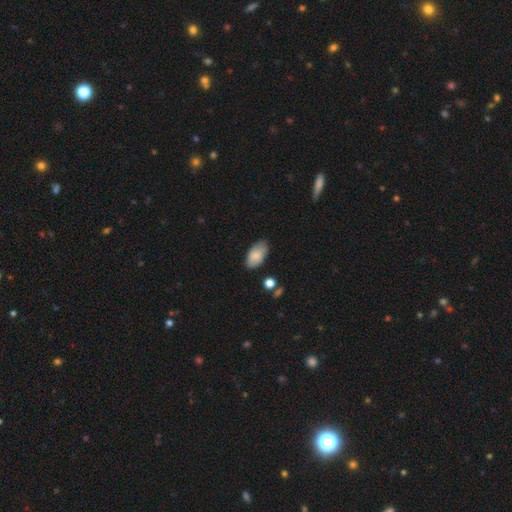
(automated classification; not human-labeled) Morphology: type=smooth (76%); roundness=in between (94%); merging=none (72%).